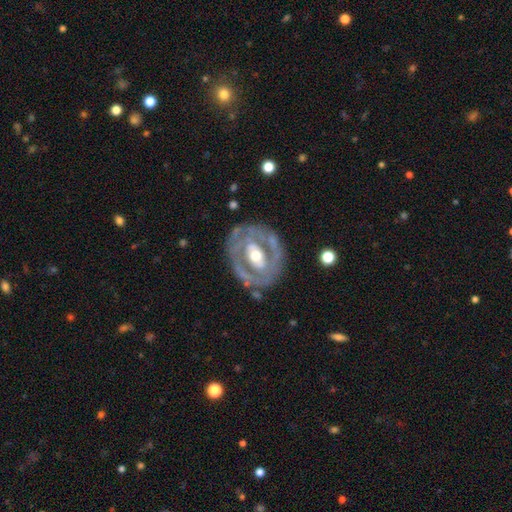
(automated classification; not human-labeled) Q: Smooth or featured?
A: featured or disk (75%); runner-up: smooth (20%)
Q: Edge-on disk?
A: no (95%); runner-up: yes (5%)
Q: Bar?
A: no (45%); runner-up: weak (30%)
Q: Spiral arms?
A: no (56%); runner-up: yes (44%)
Q: Bulge size?
A: moderate (67%); runner-up: large (20%)
Q: Merging?
A: none (70%); runner-up: minor disturbance (18%)